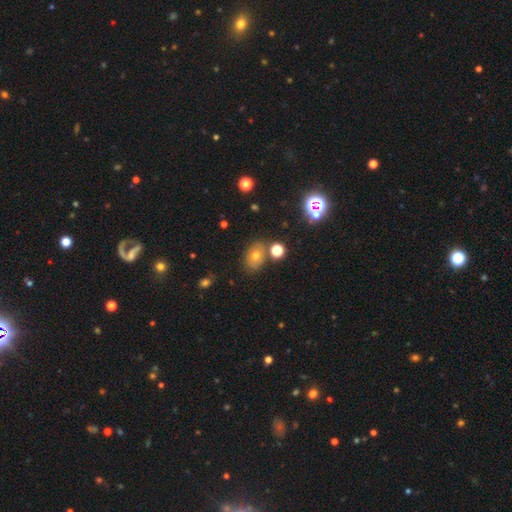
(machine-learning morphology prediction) This appears to be a smooth galaxy with no disk features (67%) that is in between round and cigar-shaped (70%). Merging: none (75%).